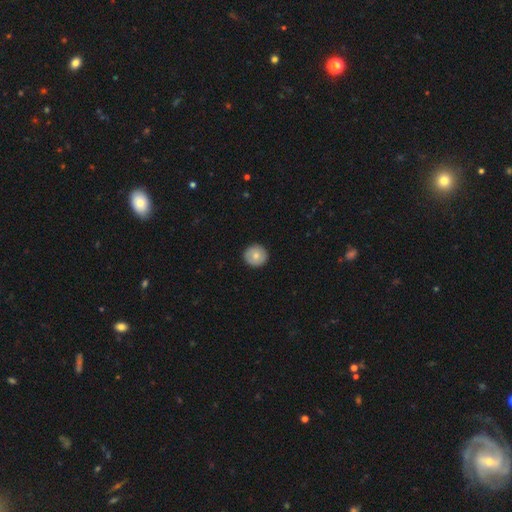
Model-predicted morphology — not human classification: Overall: smooth (76%). How rounded: round (94%). Merging: none (92%).